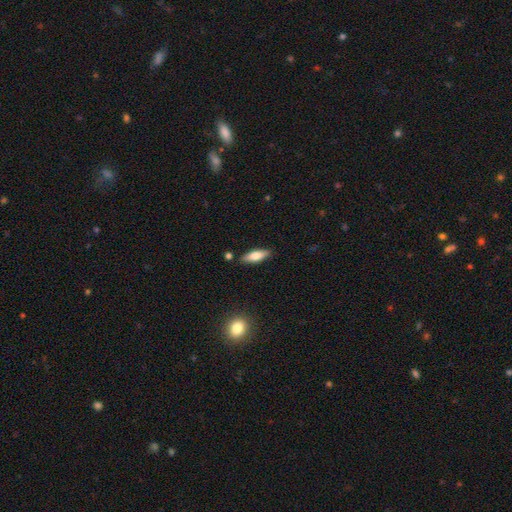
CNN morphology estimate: This appears to be a smooth galaxy with no disk features (70%) that is in between round and cigar-shaped (54%). Merging: none (86%).